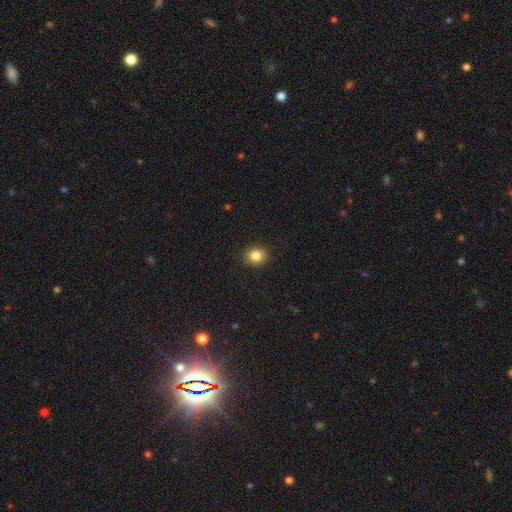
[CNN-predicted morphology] smooth 84%, star or artifact 10%, featured or disk 5%. Down the decision tree: how rounded — round (66%); merging — none (91%).